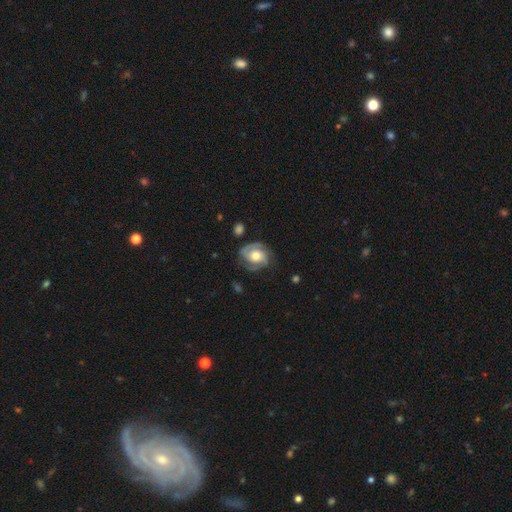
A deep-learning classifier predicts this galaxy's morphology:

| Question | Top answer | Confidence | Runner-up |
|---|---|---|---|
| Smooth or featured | featured or disk | 80% | smooth (15%) |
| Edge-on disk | no | 98% | yes (2%) |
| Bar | no | 70% | weak (24%) |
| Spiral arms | yes | 94% | no (6%) |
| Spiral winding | tight | 51% | medium (39%) |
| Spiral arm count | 2 | 64% | 3 (17%) |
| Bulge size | moderate | 65% | large (21%) |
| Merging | none | 71% | minor disturbance (19%) |